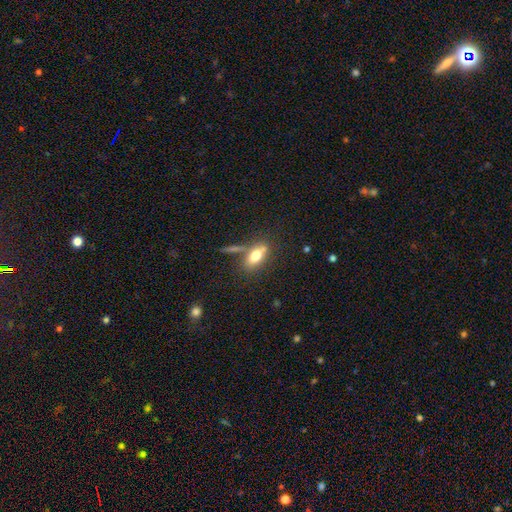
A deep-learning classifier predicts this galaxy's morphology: smooth_or_featured: smooth (p=0.72) [alt: featured or disk p=0.19]
how_rounded: in between (p=0.81) [alt: cigar-shaped p=0.10]
merging: none (p=0.56) [alt: merger p=0.20]